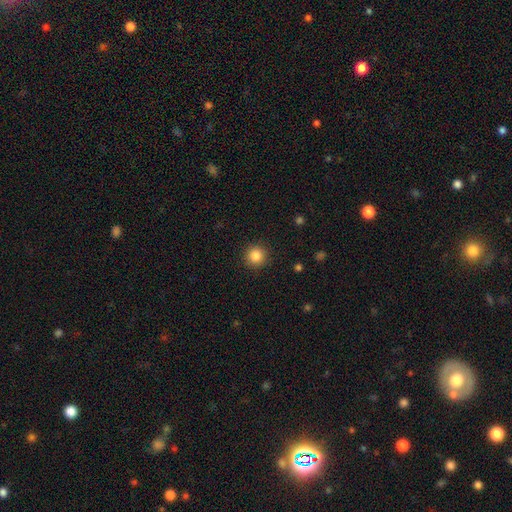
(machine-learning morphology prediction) This is clearly a smooth galaxy (85%). How rounded: clearly round (95%). Merging: clearly none (91%).